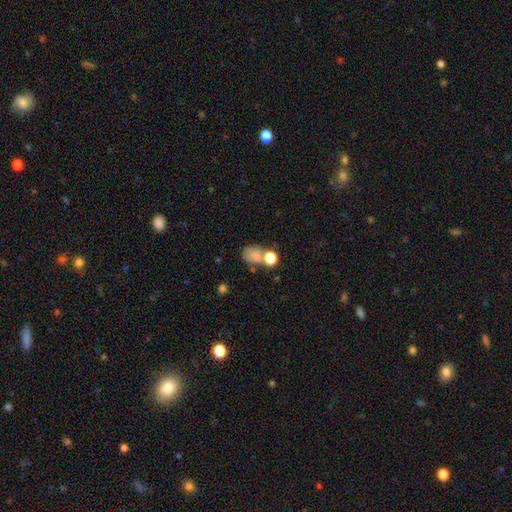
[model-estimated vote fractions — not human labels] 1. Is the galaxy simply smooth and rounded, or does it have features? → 72% smooth, 14% star or artifact, 13% featured or disk.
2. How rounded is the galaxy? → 52% in between, 46% round, 1% cigar-shaped.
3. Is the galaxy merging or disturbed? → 39% none, 37% merger, 14% minor disturbance, 10% major disturbance.